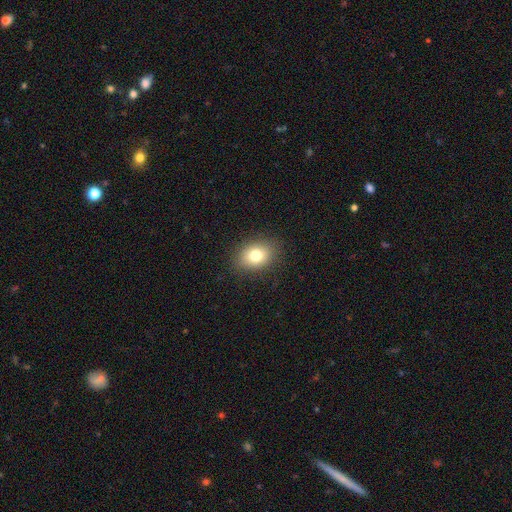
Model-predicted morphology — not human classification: This is likely a smooth galaxy (79%). How rounded: likely in between (71%). Merging: clearly none (86%).